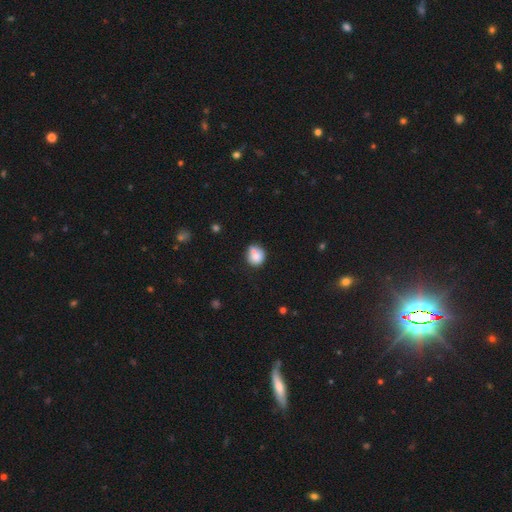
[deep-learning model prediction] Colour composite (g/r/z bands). It shows a smooth galaxy with no disk features (79%) that is round (74%). Merging: none (47%).